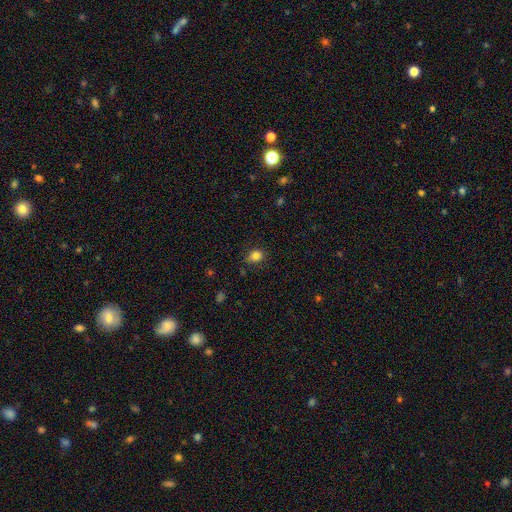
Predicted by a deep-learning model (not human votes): Smooth or featured? Predicted: smooth (p=0.83). How rounded? Predicted: in between (p=0.54). Merging? Predicted: none (p=0.75).